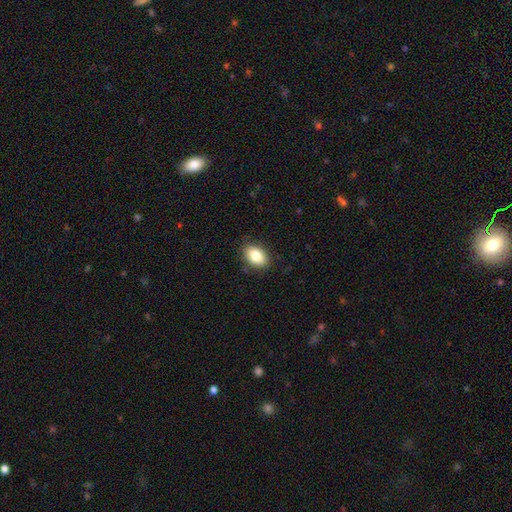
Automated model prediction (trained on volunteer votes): This is clearly a smooth galaxy (84%). How rounded: clearly in between (86%). Merging: clearly none (86%).